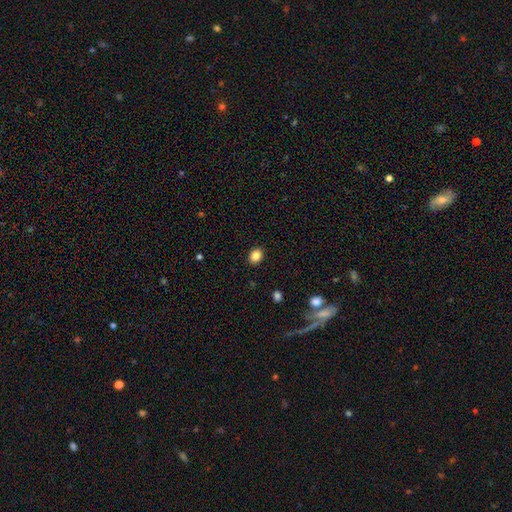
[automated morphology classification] type=smooth (85%); roundness=round (52%); merging=none (91%).